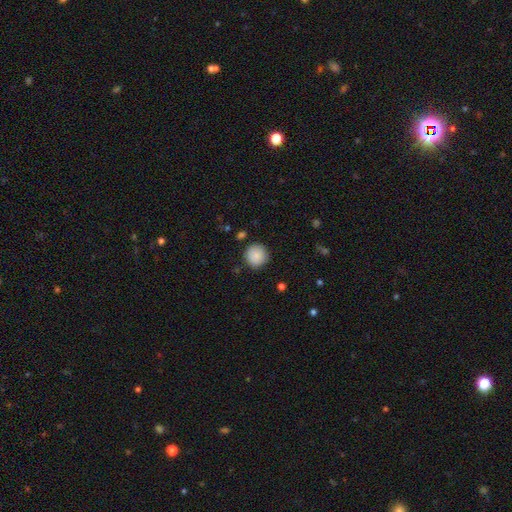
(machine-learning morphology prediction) Overall: smooth (88%). How rounded: round (94%). Merging: none (87%).